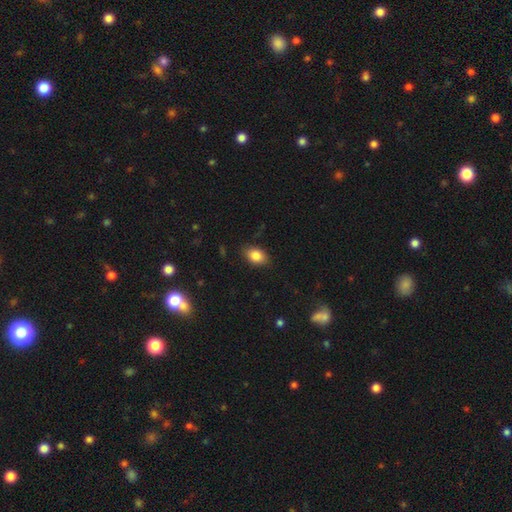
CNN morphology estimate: Q: Smooth or featured?
A: smooth (85%); runner-up: star or artifact (8%)
Q: How rounded?
A: in between (81%); runner-up: round (18%)
Q: Merging?
A: none (82%); runner-up: minor disturbance (14%)